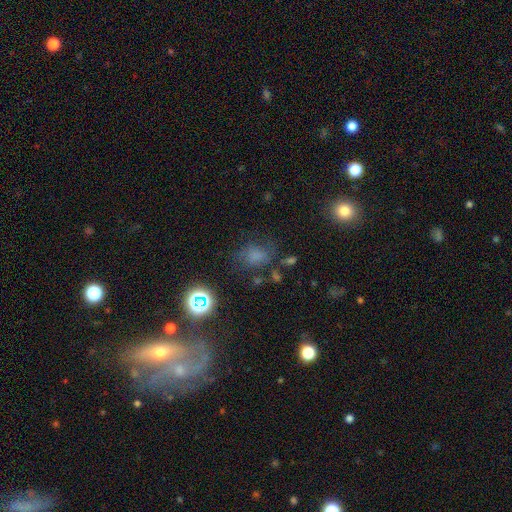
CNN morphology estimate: A smooth galaxy with no disk features (63%) that is in between round and cigar-shaped (51%).

Vote fractions:
- Smooth or featured? smooth: 63% / star or artifact: 26% / featured or disk: 11%
- How rounded? in between: 51% / round: 48% / cigar-shaped: 2%
- Merging? none: 60% / minor disturbance: 22% / major disturbance: 13% / merger: 5%